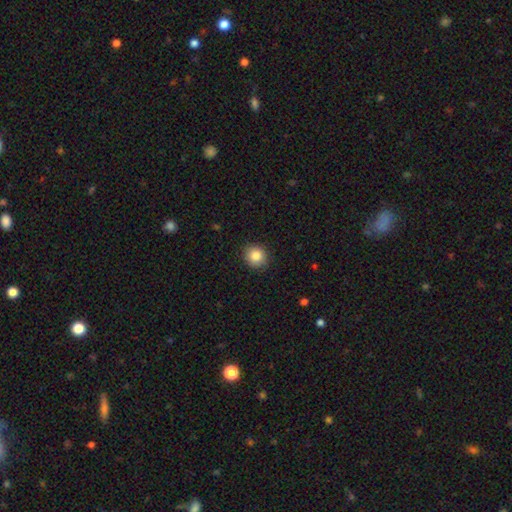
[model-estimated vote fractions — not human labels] The model was most divided on "smooth or featured": smooth: 85%, star or artifact: 9%, featured or disk: 5%. More confident: merging — none (90%); how rounded — round (89%).